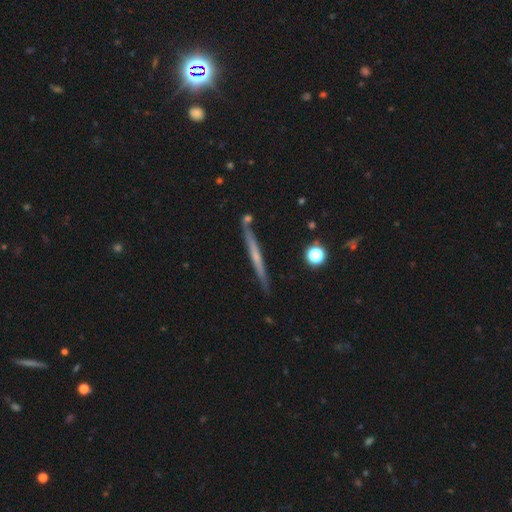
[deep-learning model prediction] Smooth or featured? Predicted: featured or disk (p=0.58). Edge-on disk? Predicted: yes (p=0.96). Edge-on bulge? Predicted: none (p=0.72). Merging? Predicted: none (p=0.84).